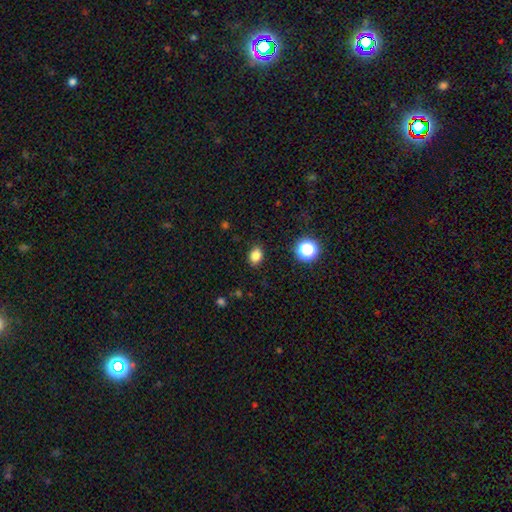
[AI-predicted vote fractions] Morphology: type=smooth (83%); roundness=in between (67%); merging=none (88%).